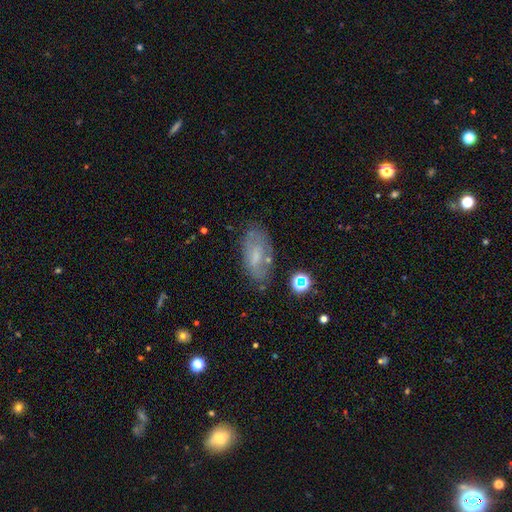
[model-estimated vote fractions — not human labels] Smooth or featured? Predicted: smooth (p=0.50). How rounded? Predicted: in between (p=0.87). Merging? Predicted: none (p=0.66).